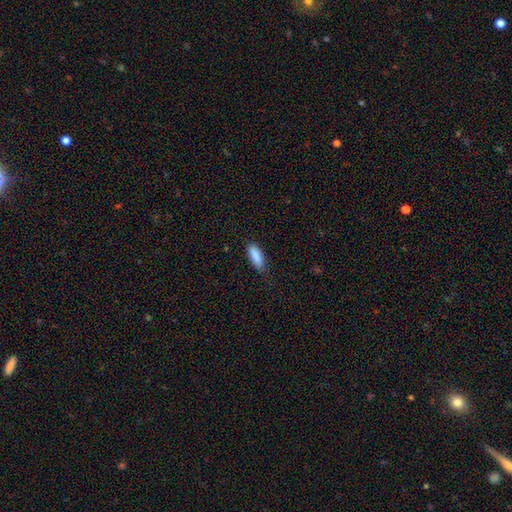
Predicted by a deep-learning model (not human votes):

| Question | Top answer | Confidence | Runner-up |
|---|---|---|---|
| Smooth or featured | smooth | 89% | star or artifact (6%) |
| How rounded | in between | 68% | cigar-shaped (30%) |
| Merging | none | 81% | minor disturbance (15%) |